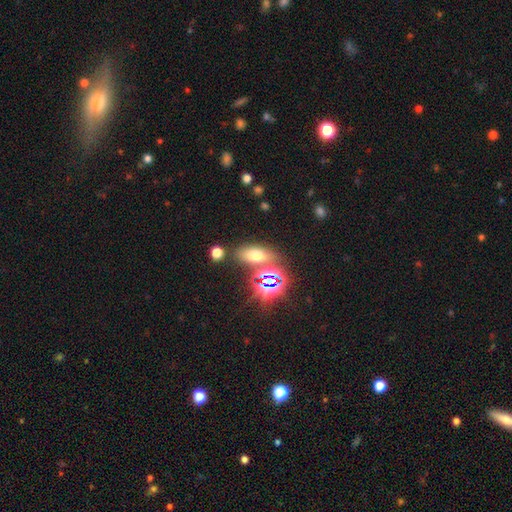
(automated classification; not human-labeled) smooth-or-featured: smooth: 57% | star or artifact: 31% | featured or disk: 12%
  how-rounded: in between: 76% | round: 13% | cigar-shaped: 11%
  merging: none: 74% | minor disturbance: 11% | merger: 11% | major disturbance: 5%